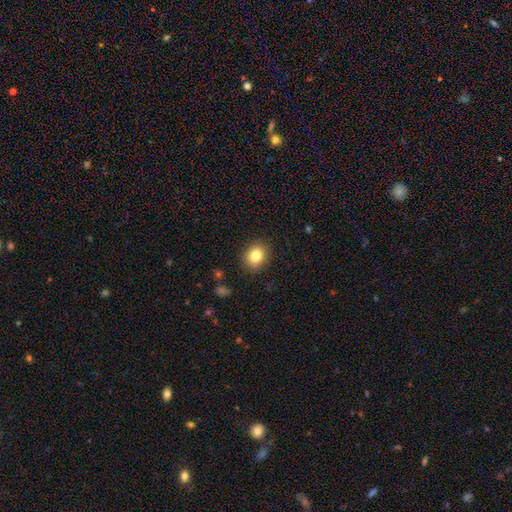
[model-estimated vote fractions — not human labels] smooth_or_featured: smooth (p=0.82) [alt: star or artifact p=0.10]
how_rounded: round (p=0.59) [alt: in between p=0.40]
merging: none (p=0.88) [alt: minor disturbance p=0.09]